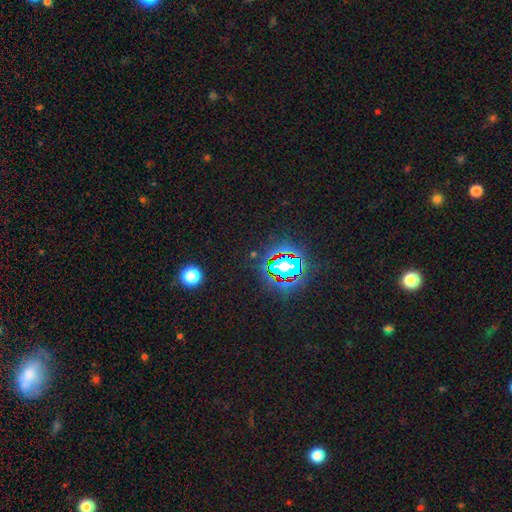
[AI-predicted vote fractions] smooth_or_featured: star or artifact (p=0.76) [alt: smooth p=0.15]